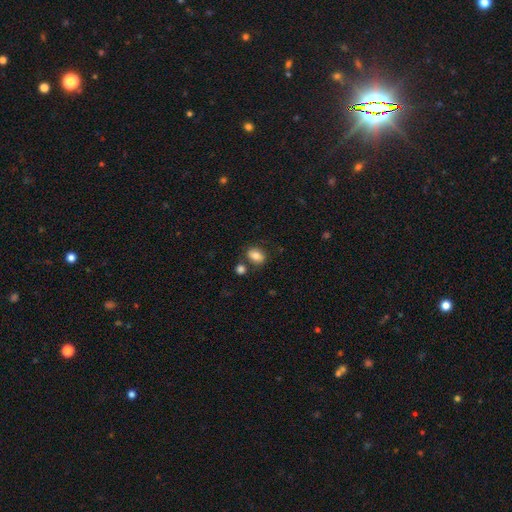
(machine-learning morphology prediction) This is clearly a smooth galaxy (80%). How rounded: likely in between (73%). Merging: likely none (70%).